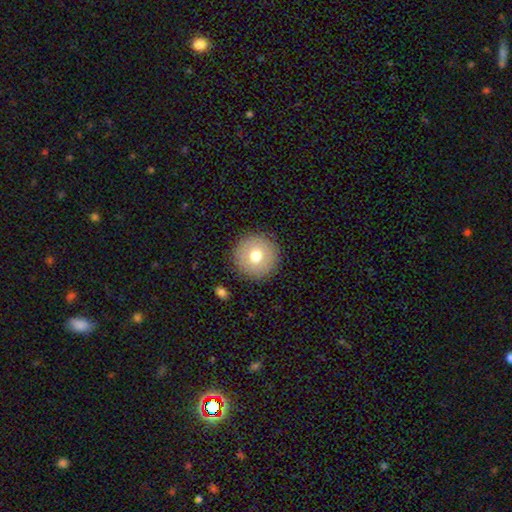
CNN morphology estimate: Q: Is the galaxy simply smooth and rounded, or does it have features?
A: smooth — 71%.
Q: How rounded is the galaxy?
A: round — 96%.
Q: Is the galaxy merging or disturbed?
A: none — 89%.